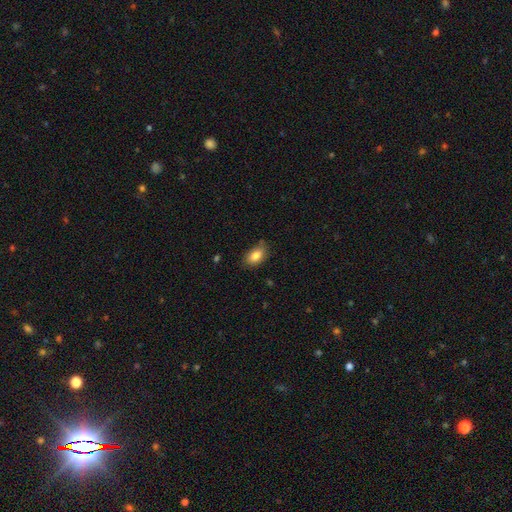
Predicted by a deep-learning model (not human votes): Morphology: type=smooth (82%); roundness=in between (88%); merging=none (70%).